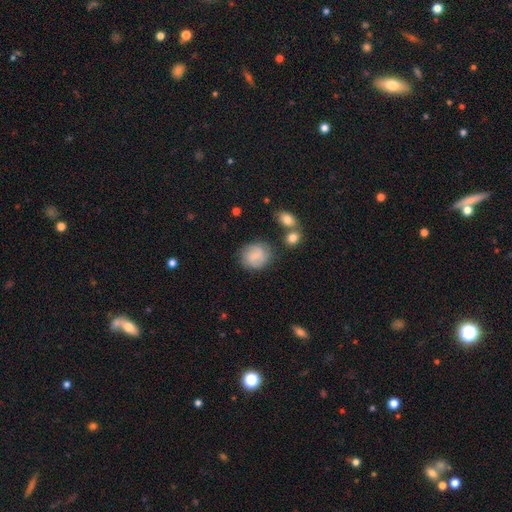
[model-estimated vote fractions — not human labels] A smooth galaxy with no disk features (55%) that is round (78%).

Vote fractions:
- Smooth or featured? smooth: 55% / featured or disk: 37% / star or artifact: 8%
- How rounded? round: 78% / in between: 21% / cigar-shaped: 1%
- Merging? none: 75% / minor disturbance: 15% / major disturbance: 5% / merger: 5%